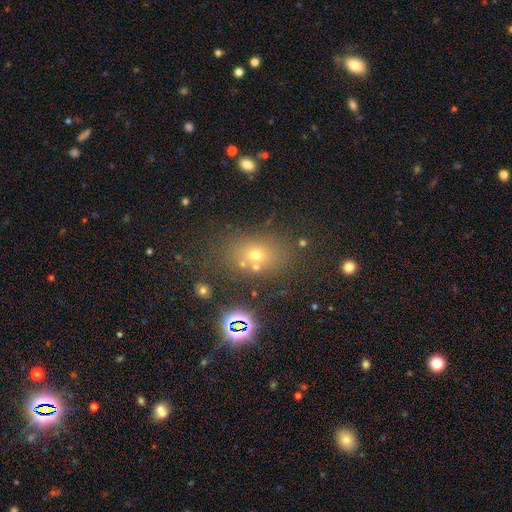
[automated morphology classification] Smooth or featured? Predicted: smooth (p=0.60). How rounded? Predicted: in between (p=0.59). Merging? Predicted: none (p=0.69).